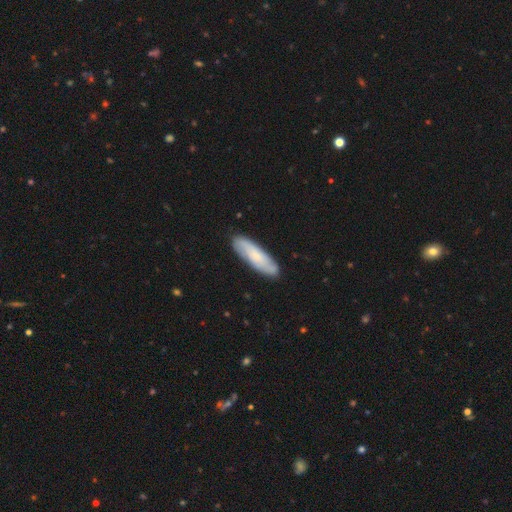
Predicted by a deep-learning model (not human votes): This appears to be a smooth galaxy with no disk features (62%) that is cigar-shaped (59%). Merging: none (87%).